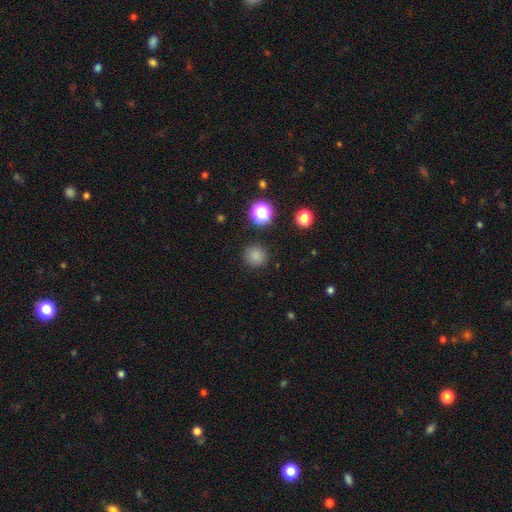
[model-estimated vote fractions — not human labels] Morphology: type=smooth (80%); roundness=round (91%); merging=none (89%).